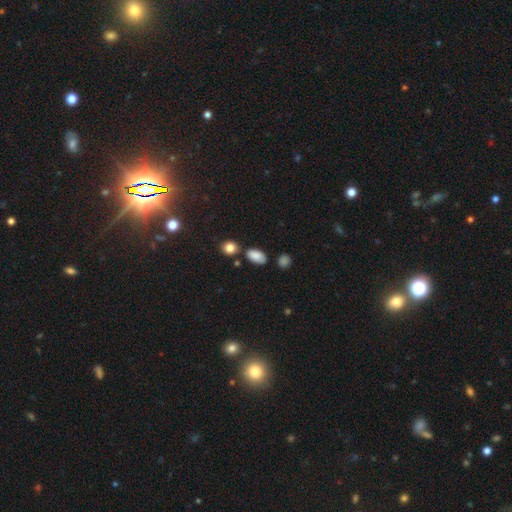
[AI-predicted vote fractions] Smooth or featured: smooth — 84% (star or artifact — 9%)
How rounded: in between — 89% (round — 7%)
Merging: none — 71% (minor disturbance — 17%)